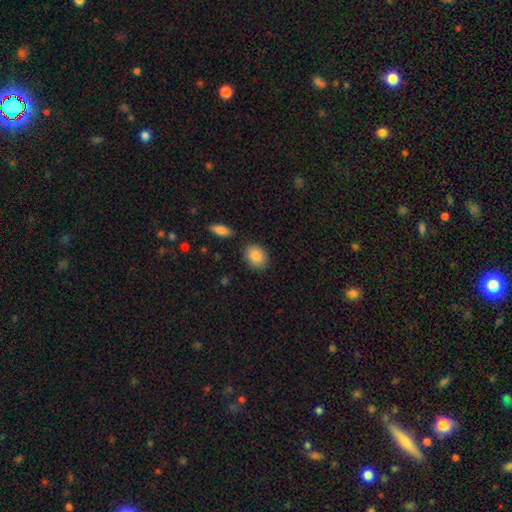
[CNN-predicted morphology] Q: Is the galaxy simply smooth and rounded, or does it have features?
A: smooth — 86%.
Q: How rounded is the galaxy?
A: in between — 65%.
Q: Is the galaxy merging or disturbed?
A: none — 83%.